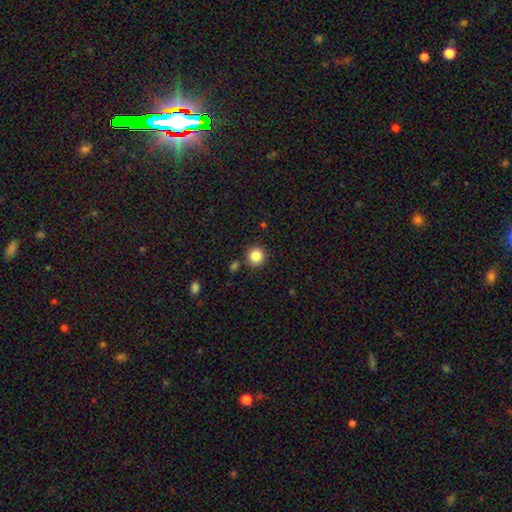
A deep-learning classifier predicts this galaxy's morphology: The model was most divided on "smooth or featured": smooth: 86%, star or artifact: 10%, featured or disk: 4%. More confident: how rounded — round (93%); merging — none (87%).